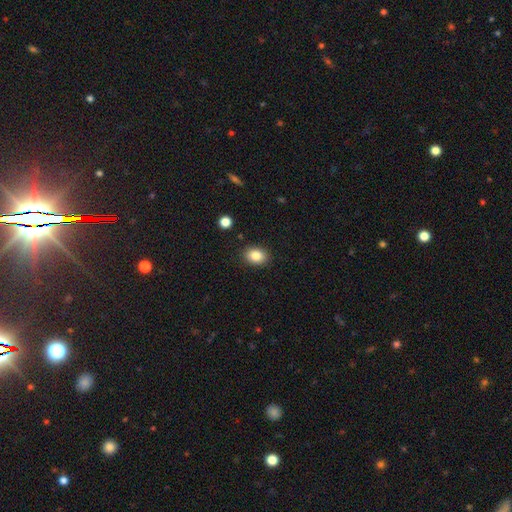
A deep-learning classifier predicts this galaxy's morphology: Q: Smooth or featured?
A: smooth (84%); runner-up: star or artifact (9%)
Q: How rounded?
A: in between (69%); runner-up: round (30%)
Q: Merging?
A: none (88%); runner-up: minor disturbance (8%)